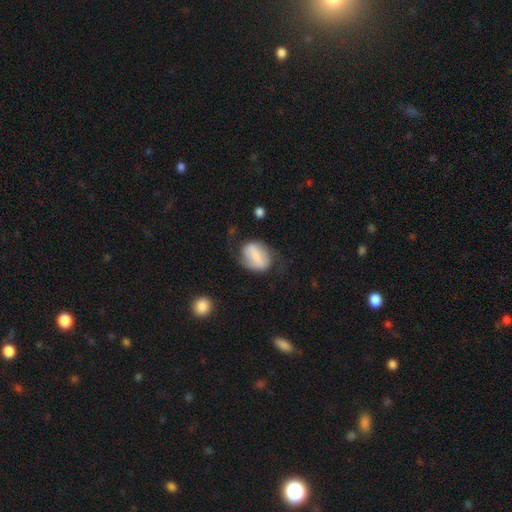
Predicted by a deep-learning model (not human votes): Smooth or featured: smooth — 57% (featured or disk — 36%)
How rounded: in between — 63% (round — 35%)
Merging: none — 58% (minor disturbance — 24%)